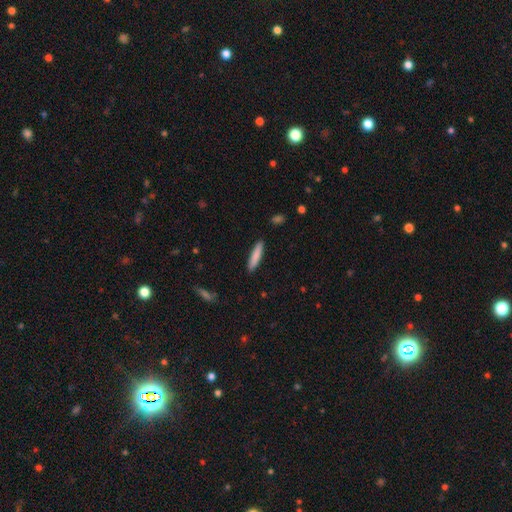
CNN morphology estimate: Smooth or featured? Predicted: smooth (p=0.83). How rounded? Predicted: cigar-shaped (p=0.87). Merging? Predicted: none (p=0.90).